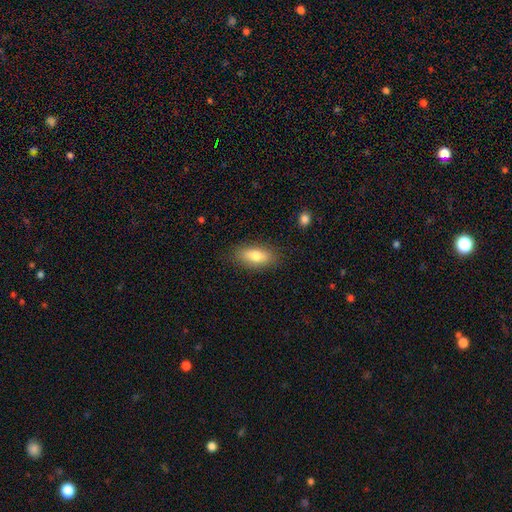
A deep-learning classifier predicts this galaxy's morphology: The model was most divided on "smooth or featured": smooth: 77%, featured or disk: 16%, star or artifact: 7%. More confident: merging — none (85%); how rounded — in between (84%).